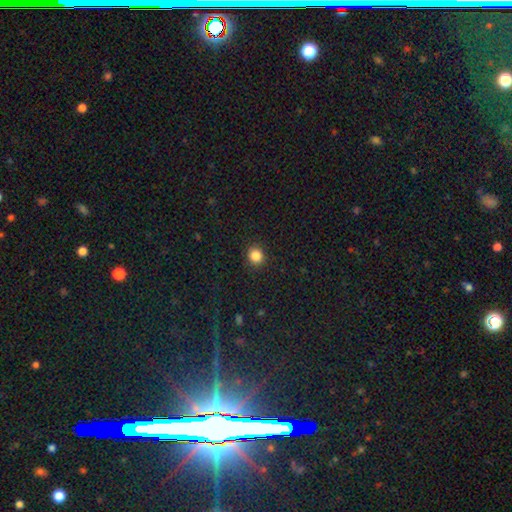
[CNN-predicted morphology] smooth_or_featured: smooth (p=0.85) [alt: star or artifact p=0.11]
how_rounded: round (p=0.87) [alt: in between p=0.12]
merging: none (p=0.91) [alt: minor disturbance p=0.06]